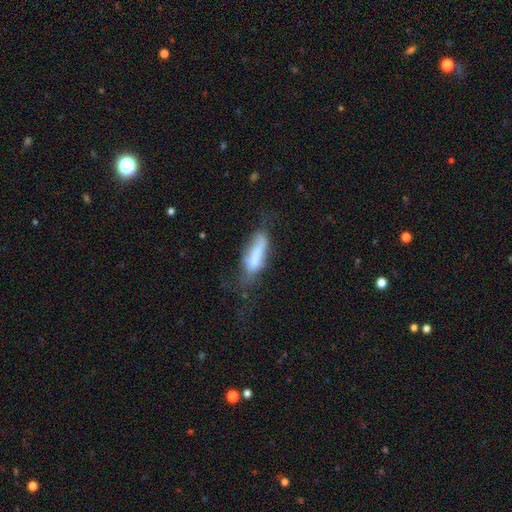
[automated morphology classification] type=smooth (52%); roundness=cigar-shaped (53%); merging=none (38%).